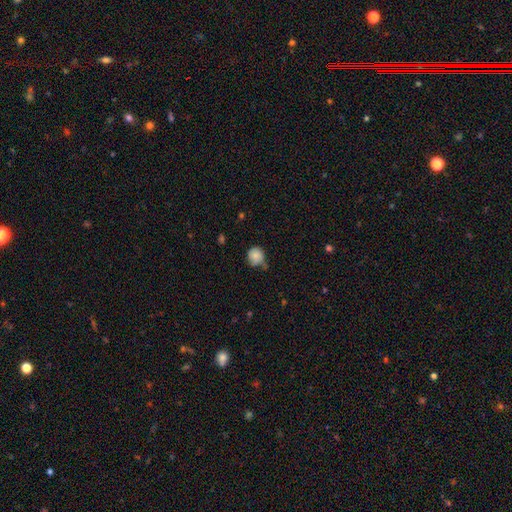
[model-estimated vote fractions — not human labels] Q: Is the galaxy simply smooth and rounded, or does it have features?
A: smooth — 82%.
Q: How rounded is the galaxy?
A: round — 84%.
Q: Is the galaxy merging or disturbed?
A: none — 56%.